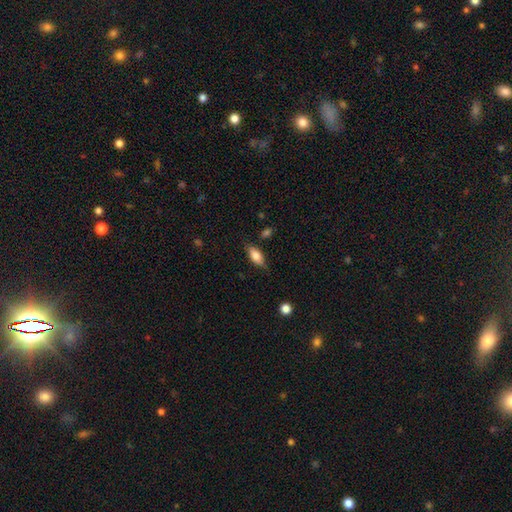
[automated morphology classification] This is likely a smooth galaxy (74%). How rounded: clearly in between (81%). Merging: likely none (76%).